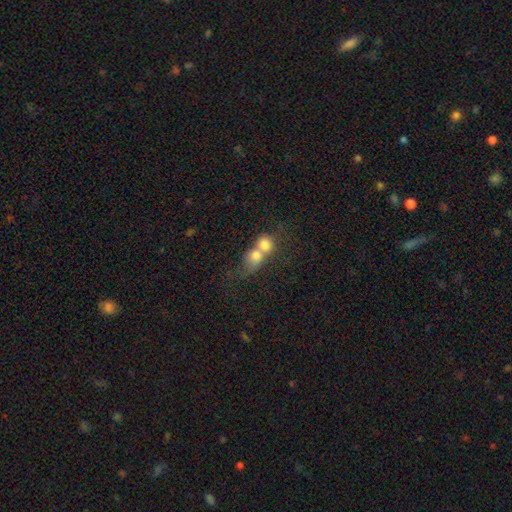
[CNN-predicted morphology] This appears to be a smooth galaxy with no disk features (73%) that is round (67%). Merging: merger (77%).